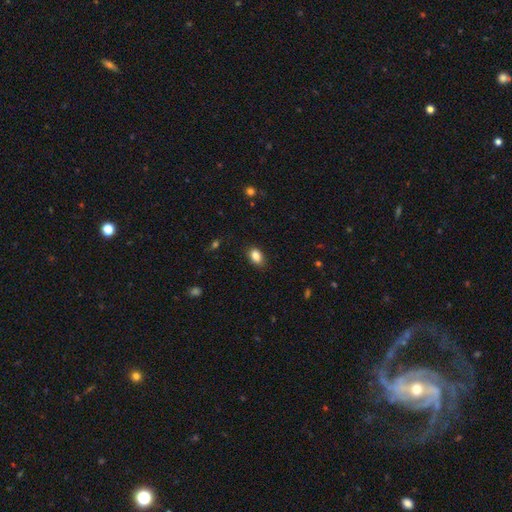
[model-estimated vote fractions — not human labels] smooth 87%, star or artifact 9%, featured or disk 5%. Down the decision tree: how rounded — in between (82%); merging — none (84%).